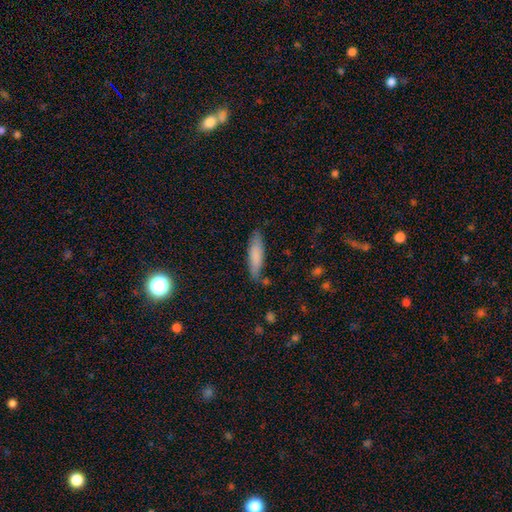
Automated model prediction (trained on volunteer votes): Overall: smooth (81%). How rounded: cigar-shaped (66%; in between 32%). Merging: none (77%).